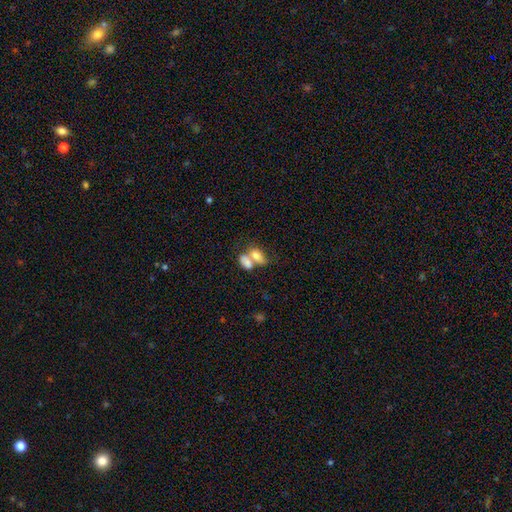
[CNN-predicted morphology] Overall: smooth (76%). How rounded: in between (86%). Merging: merger (67%).